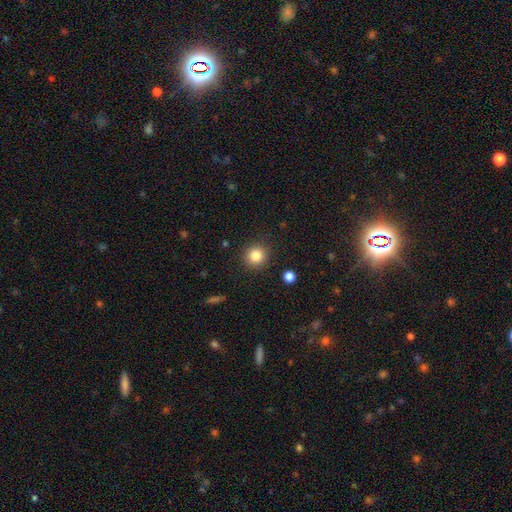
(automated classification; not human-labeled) A smooth galaxy with no disk features (83%) that is round (92%).

Vote fractions:
- Smooth or featured? smooth: 83% / star or artifact: 11% / featured or disk: 6%
- How rounded? round: 92% / in between: 7% / cigar-shaped: 1%
- Merging? none: 89% / minor disturbance: 7% / major disturbance: 3% / merger: 2%